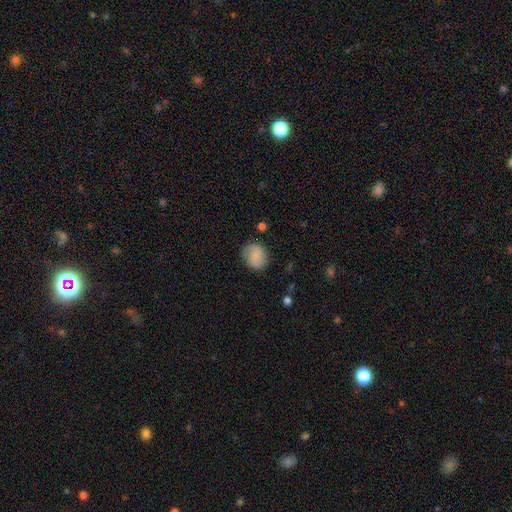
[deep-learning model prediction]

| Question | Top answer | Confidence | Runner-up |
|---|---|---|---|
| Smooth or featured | smooth | 74% | featured or disk (18%) |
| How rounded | round | 68% | in between (31%) |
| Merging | none | 75% | minor disturbance (18%) |